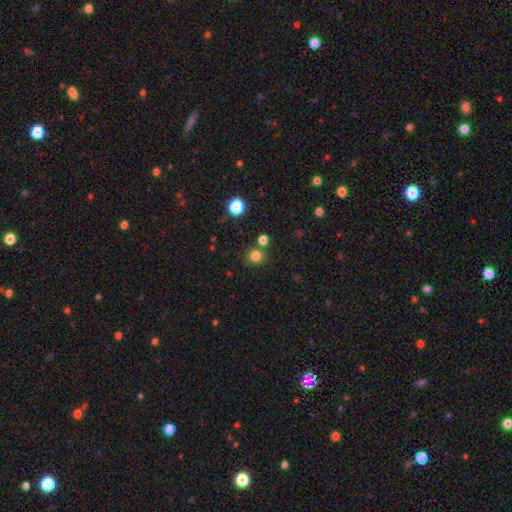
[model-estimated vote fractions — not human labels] This appears to be a smooth galaxy with no disk features (80%) that is round (86%). Merging: none (77%).